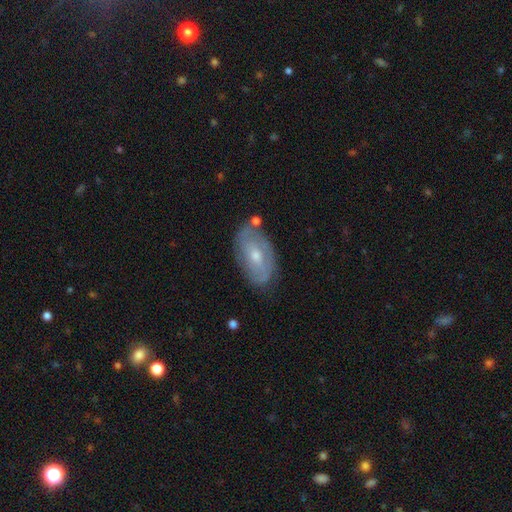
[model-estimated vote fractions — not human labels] Smooth or featured?
  - featured or disk: 59% *
  - smooth: 34%
  - star or artifact: 7%
Edge-on disk?
  - no: 91% *
  - yes: 9%
Bar?
  - no: 56% *
  - weak: 36%
  - strong: 8%
Spiral arms?
  - yes: 64% *
  - no: 36%
Bulge size?
  - moderate: 57% *
  - small: 39%
  - large: 2%
  - none: 2%
  - dominant: 1%
Merging?
  - none: 71% *
  - minor disturbance: 20%
  - major disturbance: 5%
  - merger: 4%